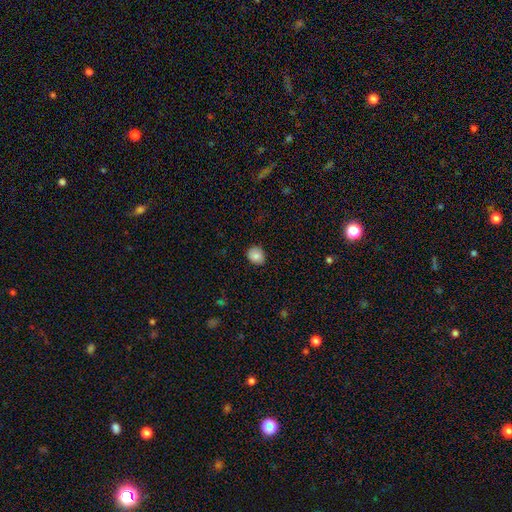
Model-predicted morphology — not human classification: smooth 85%, star or artifact 8%, featured or disk 7%. Down the decision tree: how rounded — round (67%); merging — none (86%).